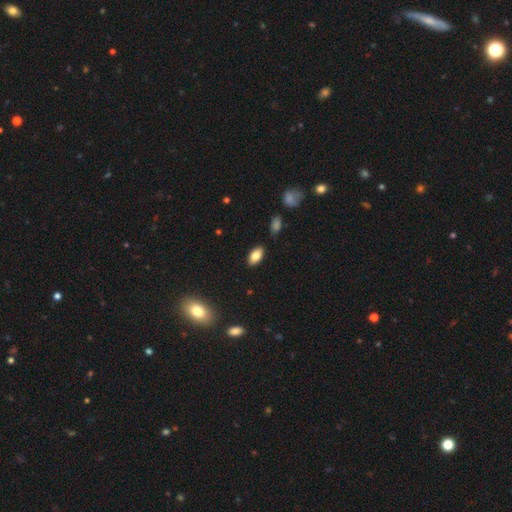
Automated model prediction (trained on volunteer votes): smooth 80%, featured or disk 12%, star or artifact 8%. Down the decision tree: how rounded — in between (92%); merging — none (86%).